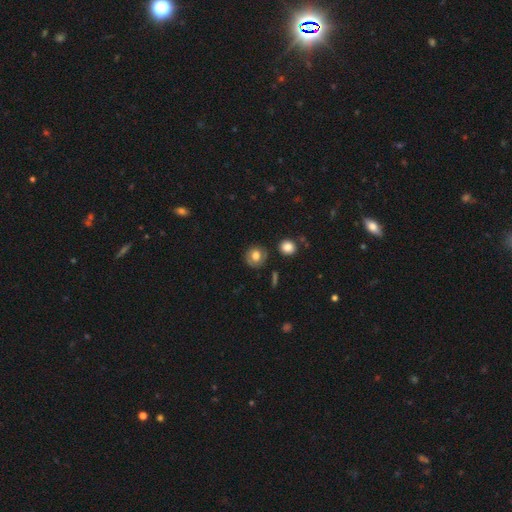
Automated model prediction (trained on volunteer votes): A smooth galaxy with no disk features (69%) that is round (85%).

Vote fractions:
- Smooth or featured? smooth: 69% / featured or disk: 22% / star or artifact: 9%
- How rounded? round: 85% / in between: 14% / cigar-shaped: 1%
- Merging? none: 80% / minor disturbance: 13% / major disturbance: 4% / merger: 4%